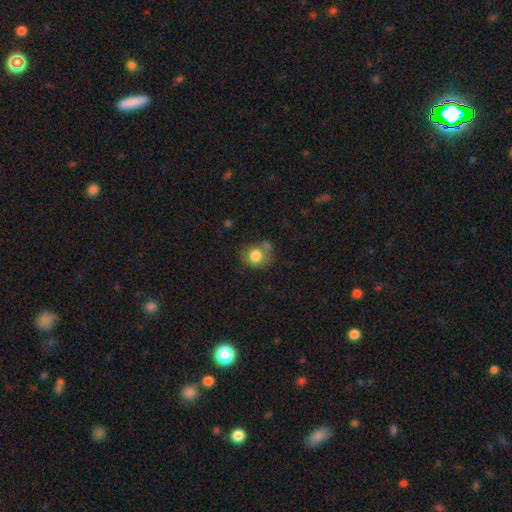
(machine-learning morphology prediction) type=smooth (80%); roundness=round (76%); merging=none (53%).